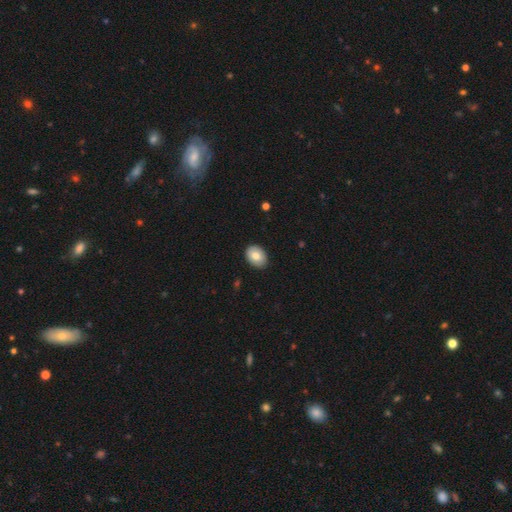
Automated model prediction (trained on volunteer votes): Smooth or featured? Predicted: smooth (p=0.77). How rounded? Predicted: in between (p=0.71). Merging? Predicted: none (p=0.88).